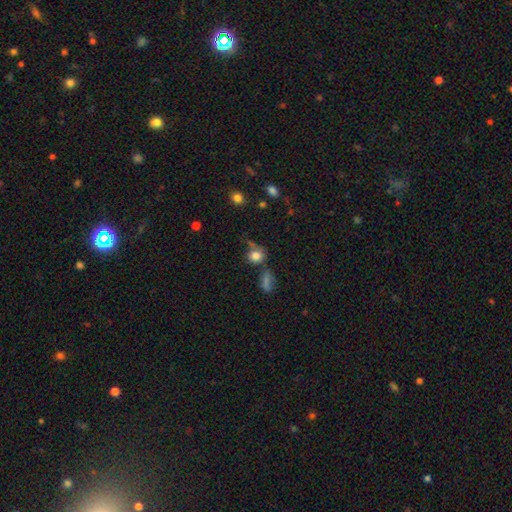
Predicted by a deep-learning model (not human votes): smooth-or-featured: smooth: 79% | star or artifact: 13% | featured or disk: 9%
  how-rounded: round: 72% | in between: 26% | cigar-shaped: 2%
  merging: none: 53% | minor disturbance: 20% | merger: 15% | major disturbance: 12%